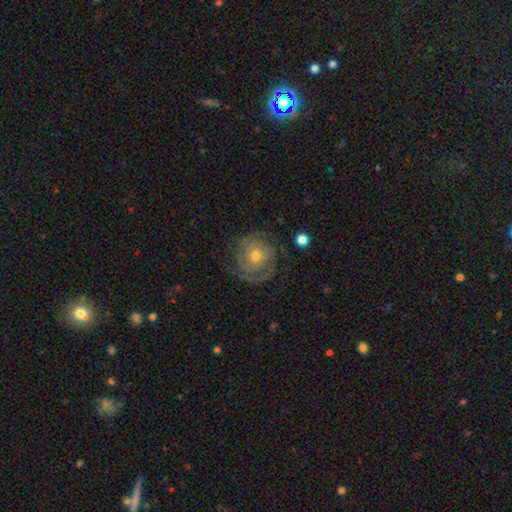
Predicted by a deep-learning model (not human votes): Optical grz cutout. It shows a featured or disk galaxy (83%) with no bar (79%), 2 (47%) tight (71%) spiral arms (94%) and a small central bulge (50%). Merging: none (78%).